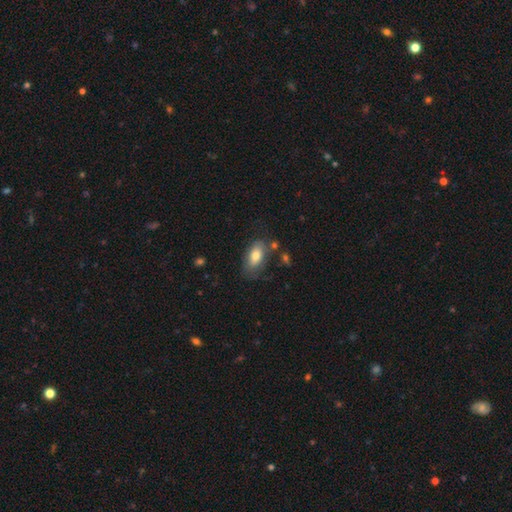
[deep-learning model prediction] smooth 75%, featured or disk 18%, star or artifact 7%. Down the decision tree: how rounded — in between (91%); merging — none (64%).